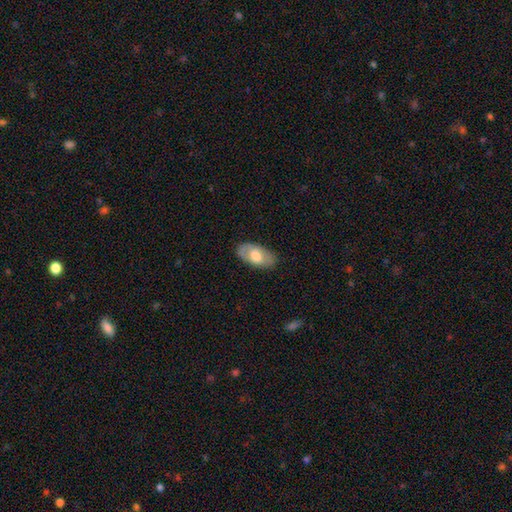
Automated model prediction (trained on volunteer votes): smooth_or_featured: smooth (p=0.64) [alt: featured or disk p=0.31]
how_rounded: in between (p=0.94) [alt: round p=0.04]
merging: none (p=0.82) [alt: minor disturbance p=0.14]